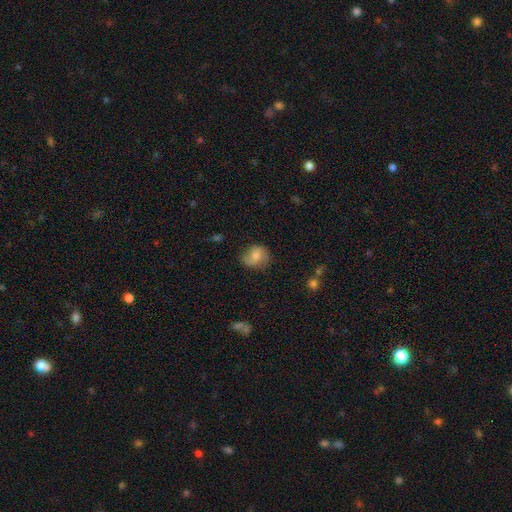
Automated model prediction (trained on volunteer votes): A smooth galaxy with no disk features (60%) that is round (62%). Merging: none (60%).